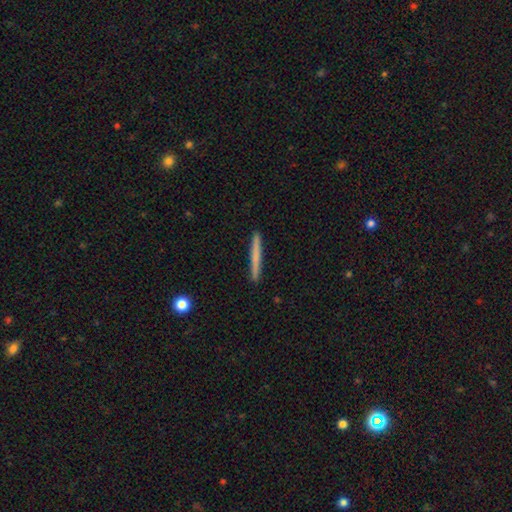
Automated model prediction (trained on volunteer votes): The model was most divided on "smooth or featured": smooth: 65%, featured or disk: 30%, star or artifact: 6%. More confident: how rounded — cigar-shaped (97%); merging — none (92%).